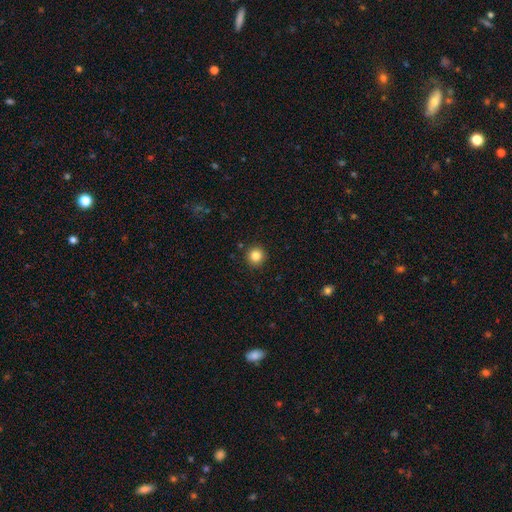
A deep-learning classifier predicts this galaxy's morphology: A smooth galaxy with no disk features (84%) that is round (95%).

Vote fractions:
- Smooth or featured? smooth: 84% / star or artifact: 11% / featured or disk: 5%
- How rounded? round: 95% / in between: 4% / cigar-shaped: 1%
- Merging? none: 92% / minor disturbance: 5% / major disturbance: 2% / merger: 1%